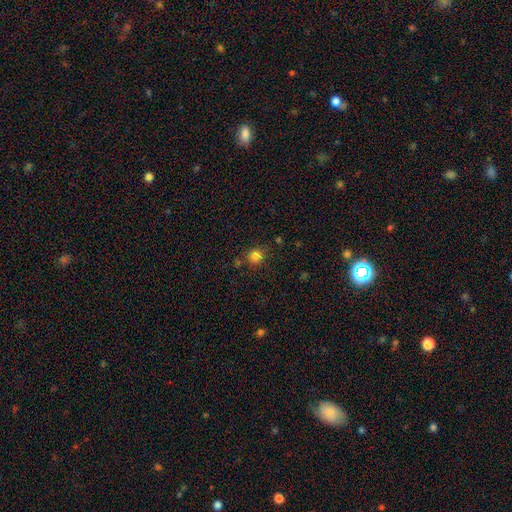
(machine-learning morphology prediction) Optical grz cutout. It shows a smooth galaxy with no disk features (80%) that is round (84%). Merging: none (75%).